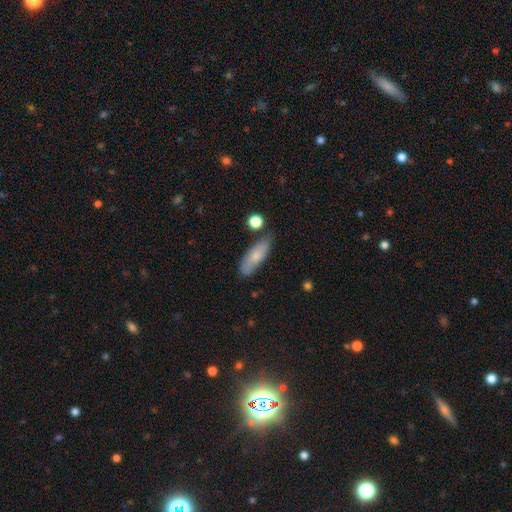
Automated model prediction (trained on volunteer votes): This is likely a smooth galaxy (70%). How rounded: likely in between (61%). Merging: likely none (70%).